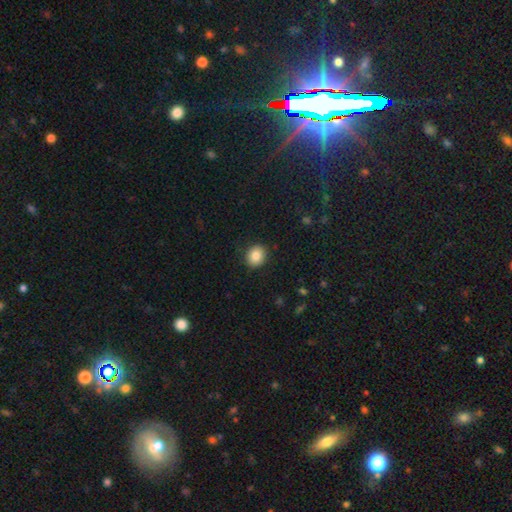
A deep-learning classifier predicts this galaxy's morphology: smooth 85%, star or artifact 9%, featured or disk 6%. Down the decision tree: how rounded — round (67%); merging — none (89%).